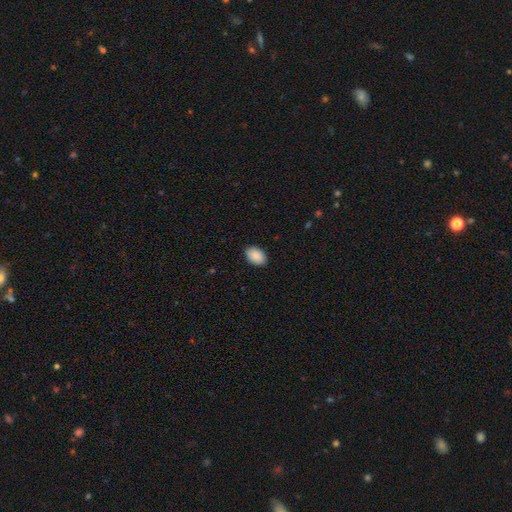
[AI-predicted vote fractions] Overall: smooth (91%). How rounded: in between (88%). Merging: none (89%).